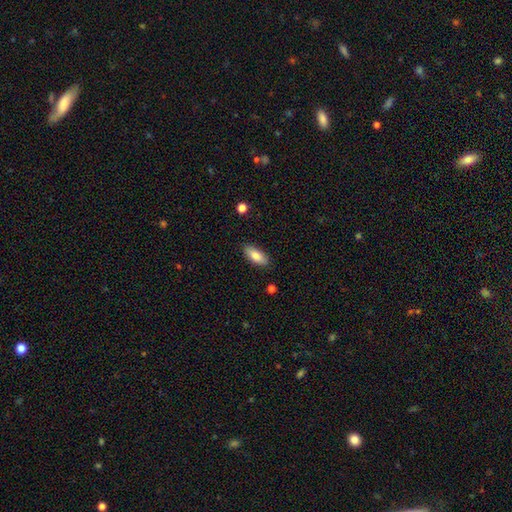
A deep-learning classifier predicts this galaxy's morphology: The model was most divided on "how rounded": in between: 83%, cigar-shaped: 15%, round: 2%. More confident: merging — none (87%); smooth or featured — smooth (81%).